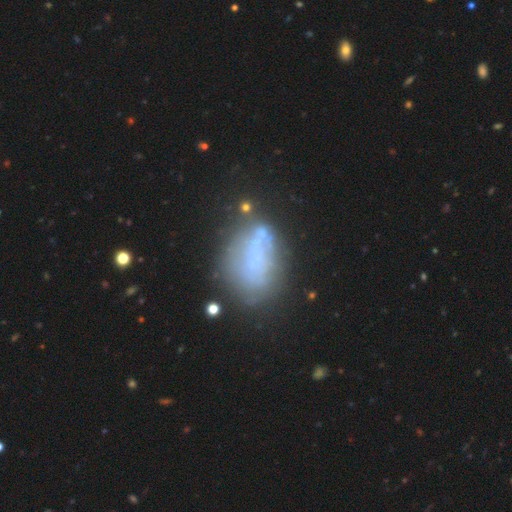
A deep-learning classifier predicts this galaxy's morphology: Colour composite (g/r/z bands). It shows a smooth galaxy with no disk features (50%) that is in between round and cigar-shaped (85%). Merging: none (48%).